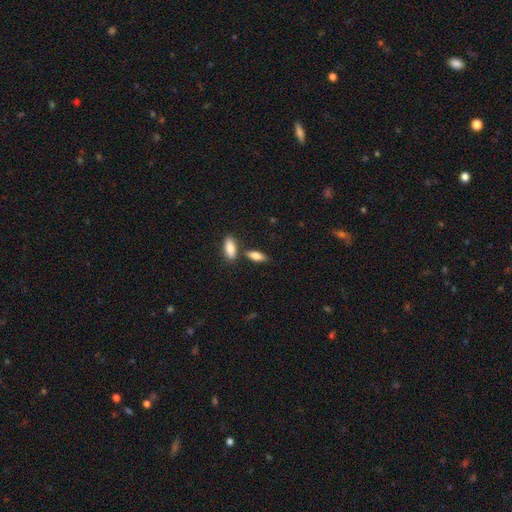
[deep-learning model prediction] Smooth or featured? Predicted: smooth (p=0.81). How rounded? Predicted: in between (p=0.75). Merging? Predicted: none (p=0.67).